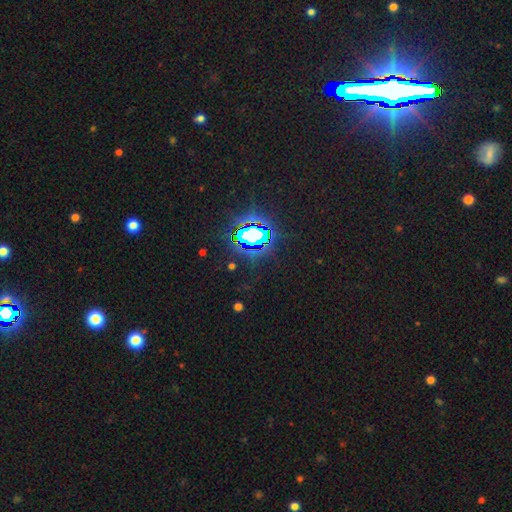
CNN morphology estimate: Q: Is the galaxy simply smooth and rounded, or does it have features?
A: star or artifact — 83%.